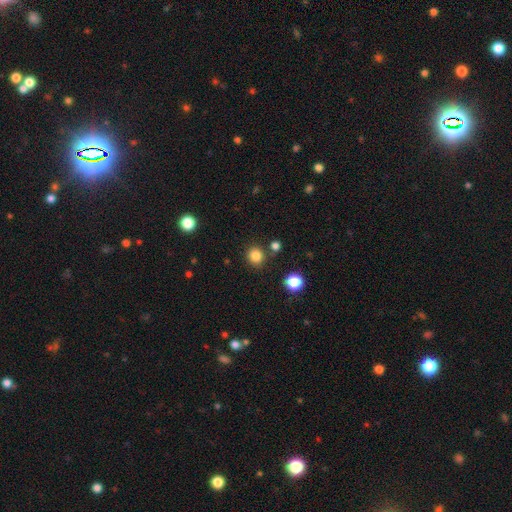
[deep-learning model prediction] The model was most divided on "smooth or featured": smooth: 83%, star or artifact: 13%, featured or disk: 4%. More confident: how rounded — round (86%); merging — none (83%).